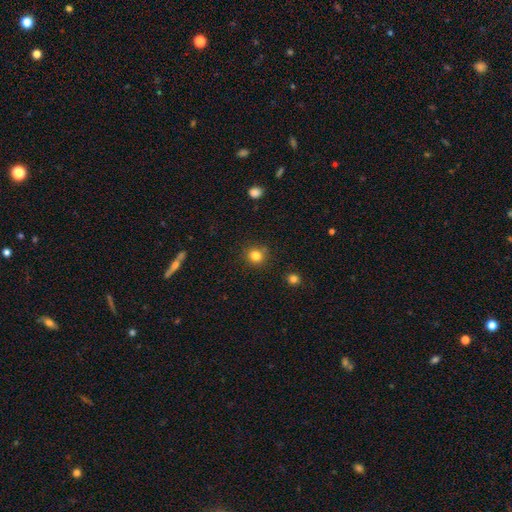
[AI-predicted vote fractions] Q: Smooth or featured?
A: smooth (83%); runner-up: star or artifact (12%)
Q: How rounded?
A: round (88%); runner-up: in between (11%)
Q: Merging?
A: none (84%); runner-up: minor disturbance (9%)